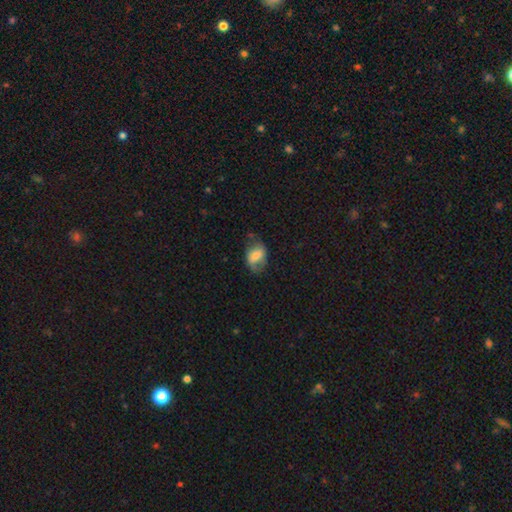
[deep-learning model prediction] A smooth galaxy with no disk features (65%) that is in between round and cigar-shaped (79%).

Vote fractions:
- Smooth or featured? smooth: 65% / featured or disk: 27% / star or artifact: 8%
- How rounded? in between: 79% / round: 20% / cigar-shaped: 1%
- Merging? none: 52% / minor disturbance: 30% / major disturbance: 15% / merger: 2%